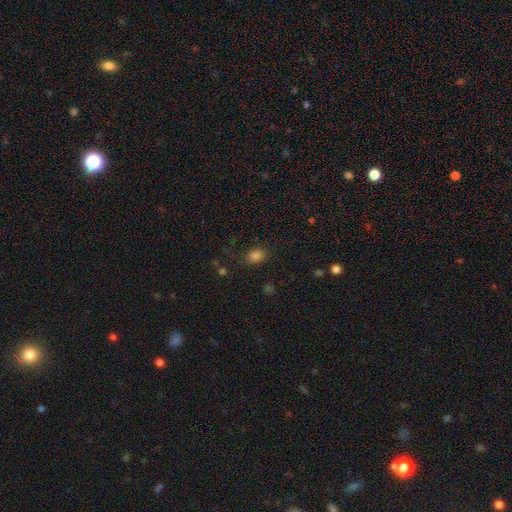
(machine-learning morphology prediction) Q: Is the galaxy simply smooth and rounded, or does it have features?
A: smooth — 82%.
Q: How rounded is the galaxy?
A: in between — 68%.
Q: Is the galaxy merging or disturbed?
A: none — 79%.